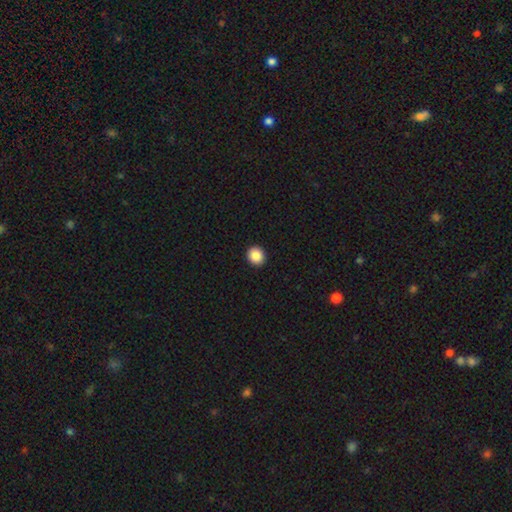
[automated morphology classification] The model was most divided on "how rounded": round: 85%, in between: 14%, cigar-shaped: 1%. More confident: merging — none (93%); smooth or featured — smooth (88%).